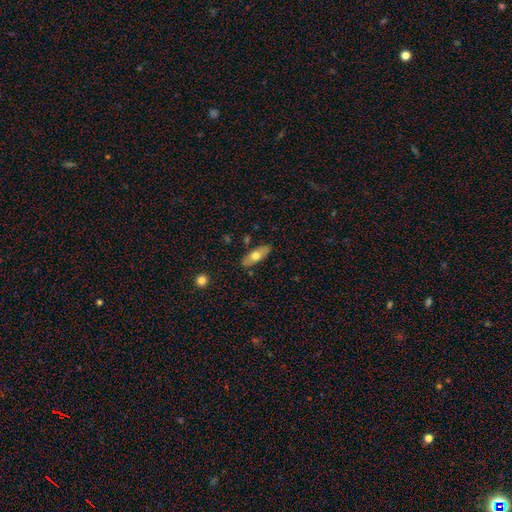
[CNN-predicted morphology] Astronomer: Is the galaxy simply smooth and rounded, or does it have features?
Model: smooth — 59% (runner-up: featured or disk, 35%).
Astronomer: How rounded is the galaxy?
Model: in between — 70%.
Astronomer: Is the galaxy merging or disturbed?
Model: none — 86%.